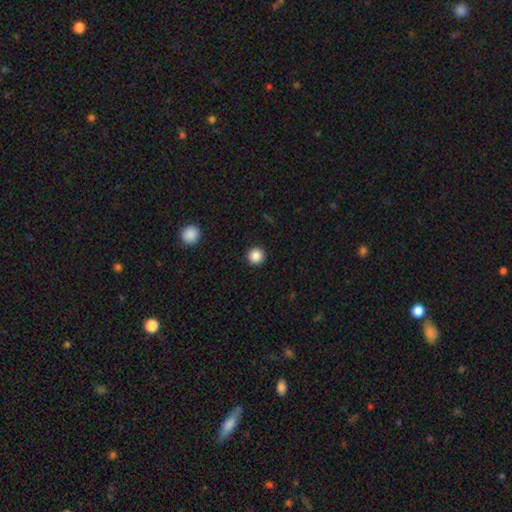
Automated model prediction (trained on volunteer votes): Smooth or featured: smooth — 87% (star or artifact — 10%)
How rounded: round — 96% (in between — 3%)
Merging: none — 93% (minor disturbance — 5%)